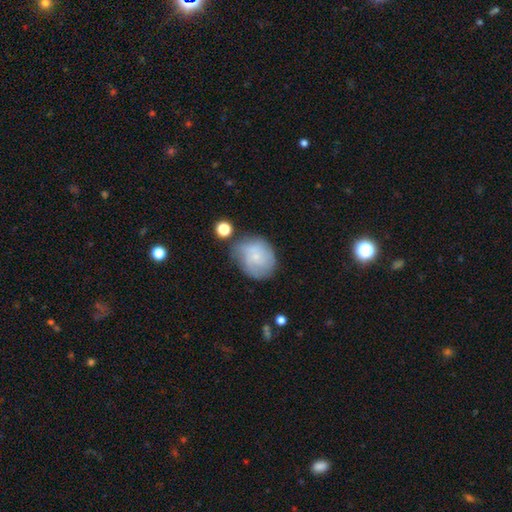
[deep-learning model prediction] Smooth or featured? smooth (50%)
How rounded? round (64%)
Merging? none (51%)